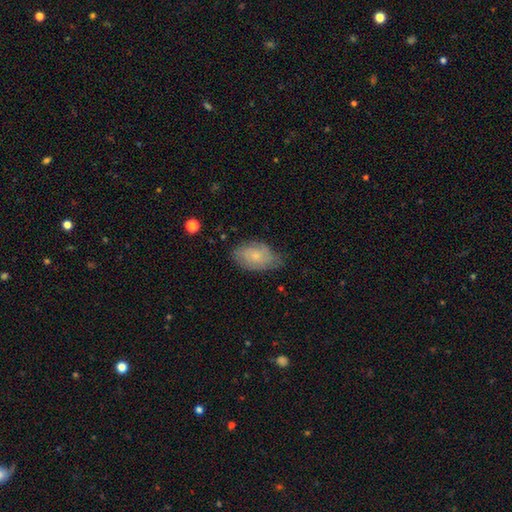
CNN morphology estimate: Smooth or featured? Predicted: smooth (p=0.53). How rounded? Predicted: in between (p=0.89). Merging? Predicted: none (p=0.63).